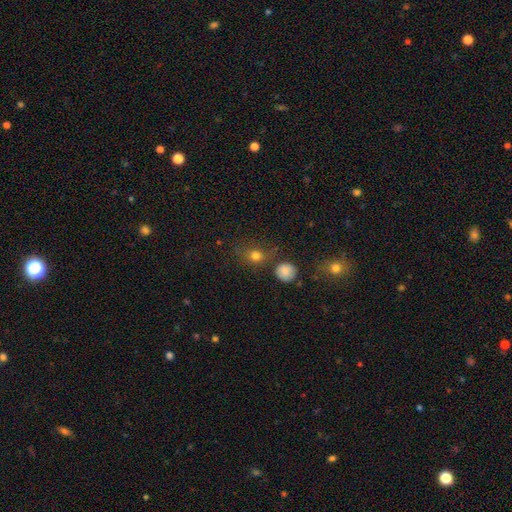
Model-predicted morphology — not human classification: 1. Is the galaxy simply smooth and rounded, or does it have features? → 75% smooth, 17% star or artifact, 9% featured or disk.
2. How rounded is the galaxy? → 75% round, 24% in between, 2% cigar-shaped.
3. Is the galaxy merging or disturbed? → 59% none, 18% minor disturbance, 13% major disturbance, 10% merger.